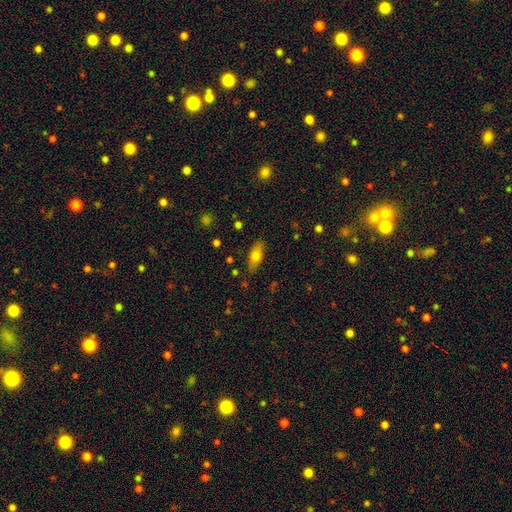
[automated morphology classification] Smooth or featured: smooth — 70% (featured or disk — 22%)
How rounded: in between — 75% (cigar-shaped — 21%)
Merging: none — 84% (minor disturbance — 12%)